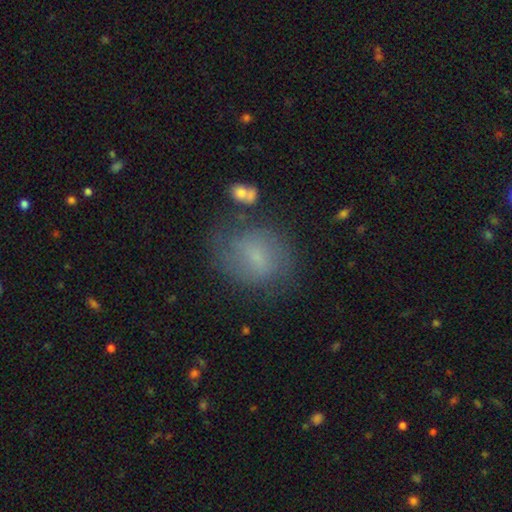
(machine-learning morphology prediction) Q: Smooth or featured?
A: smooth (48%); runner-up: featured or disk (40%)
Q: Merging?
A: none (67%); runner-up: minor disturbance (20%)